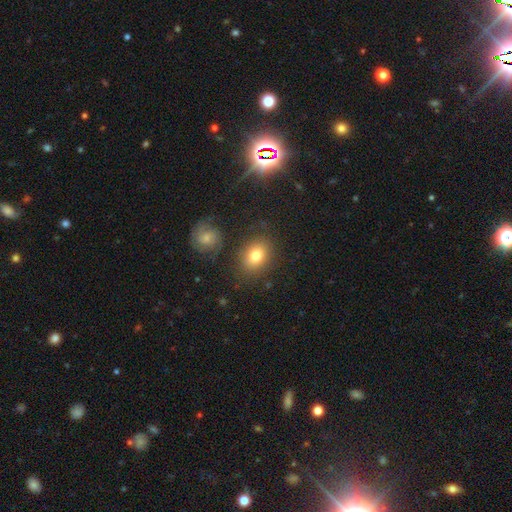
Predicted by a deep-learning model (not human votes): This appears to be a smooth galaxy with no disk features (78%) that is in between round and cigar-shaped (63%). Merging: none (80%).